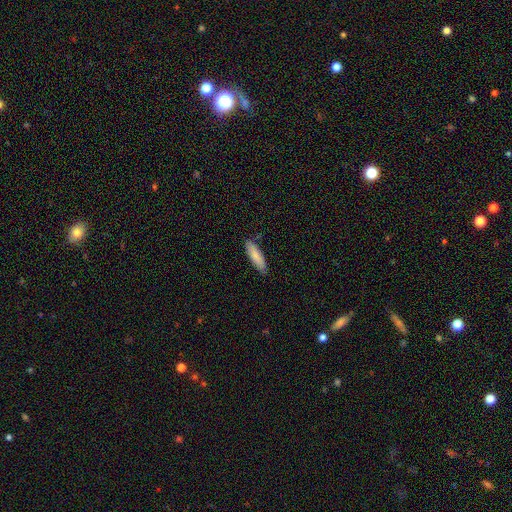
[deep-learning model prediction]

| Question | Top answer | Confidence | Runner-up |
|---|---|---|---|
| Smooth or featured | smooth | 82% | featured or disk (13%) |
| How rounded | cigar-shaped | 62% | in between (37%) |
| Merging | none | 85% | minor disturbance (12%) |